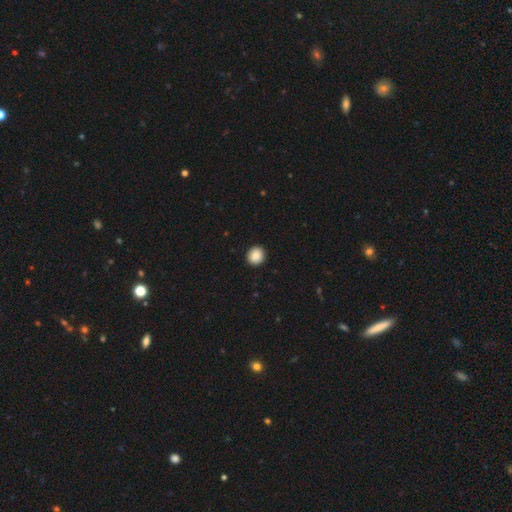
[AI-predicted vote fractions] Q: Smooth or featured?
A: smooth (89%); runner-up: star or artifact (8%)
Q: How rounded?
A: round (87%); runner-up: in between (12%)
Q: Merging?
A: none (93%); runner-up: minor disturbance (5%)